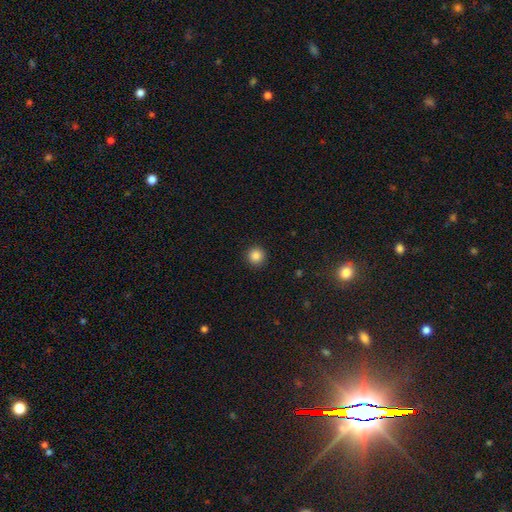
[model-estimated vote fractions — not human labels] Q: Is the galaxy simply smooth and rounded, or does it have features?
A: smooth — 86%.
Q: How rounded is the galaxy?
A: round — 95%.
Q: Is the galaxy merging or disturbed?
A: none — 93%.